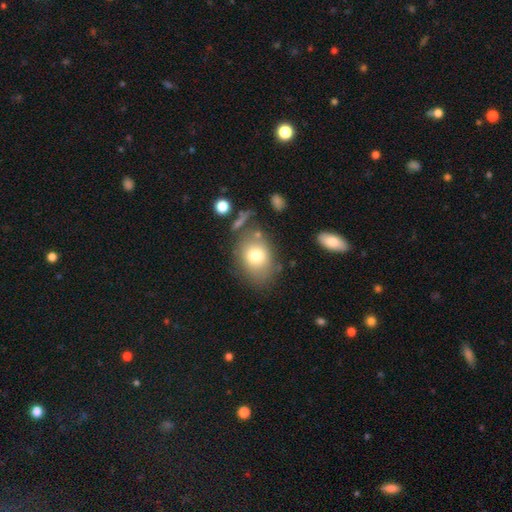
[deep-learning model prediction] Morphology: type=smooth (75%); roundness=in between (61%); merging=none (66%).